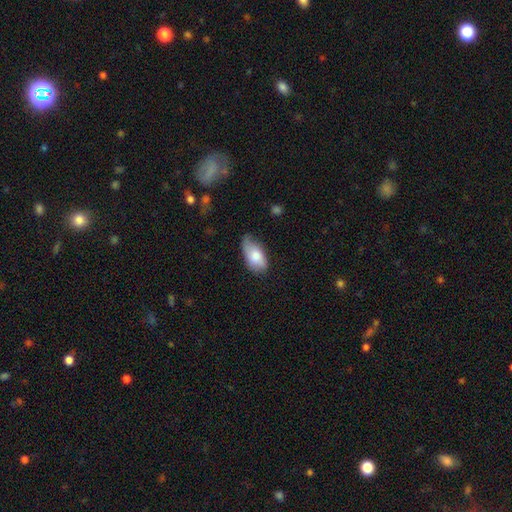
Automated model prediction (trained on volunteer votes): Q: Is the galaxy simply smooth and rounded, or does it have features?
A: smooth — 78%.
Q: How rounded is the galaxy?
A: in between — 93%.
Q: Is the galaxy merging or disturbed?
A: none — 50%.